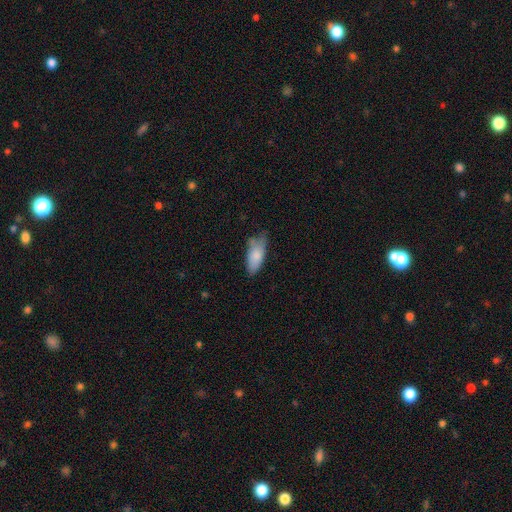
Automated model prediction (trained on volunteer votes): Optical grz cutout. It shows a smooth galaxy with no disk features (81%) that is in between round and cigar-shaped (82%). Merging: none (46%).